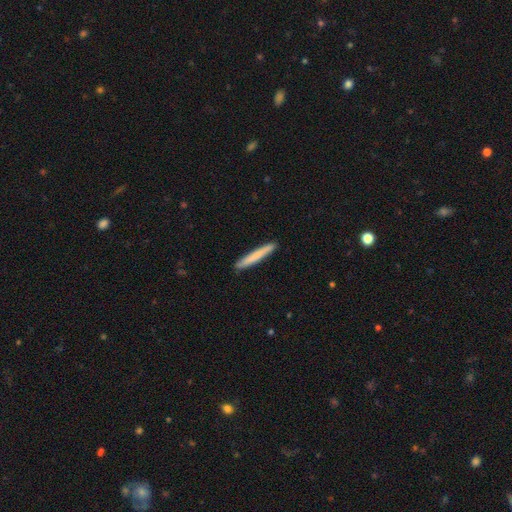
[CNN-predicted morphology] Smooth or featured: smooth — 75% (featured or disk — 20%)
How rounded: cigar-shaped — 97% (in between — 2%)
Merging: none — 91% (minor disturbance — 6%)